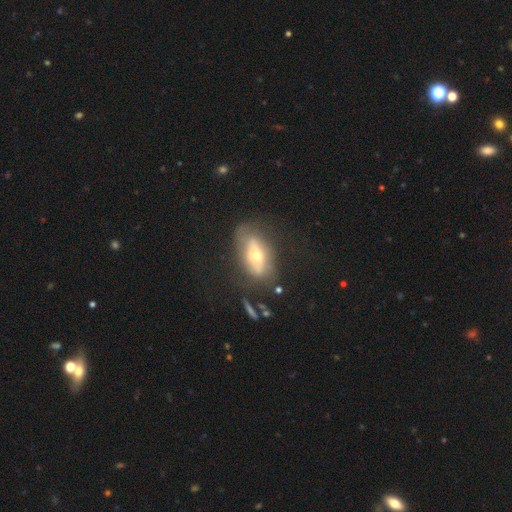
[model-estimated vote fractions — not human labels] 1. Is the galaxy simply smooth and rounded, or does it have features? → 54% featured or disk, 34% smooth, 12% star or artifact.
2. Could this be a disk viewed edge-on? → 78% no, 22% yes.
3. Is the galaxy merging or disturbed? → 59% none, 21% minor disturbance, 15% major disturbance, 5% merger.